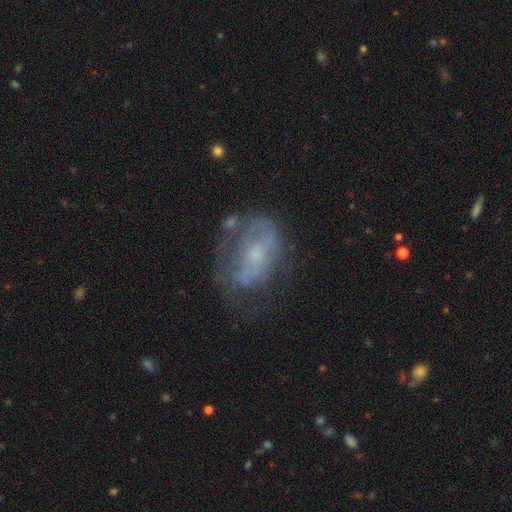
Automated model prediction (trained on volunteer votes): smooth-or-featured: featured or disk: 58% | smooth: 30% | star or artifact: 11%
  disk-edge-on: no: 95% | yes: 5%
    bar: no: 70% | weak: 24% | strong: 6%
    has-spiral-arms: no: 60% | yes: 40%
    bulge-size: small: 49% | moderate: 28% | none: 18% | large: 3% | dominant: 1%
  merging: none: 45% | major disturbance: 25% | minor disturbance: 24% | merger: 5%